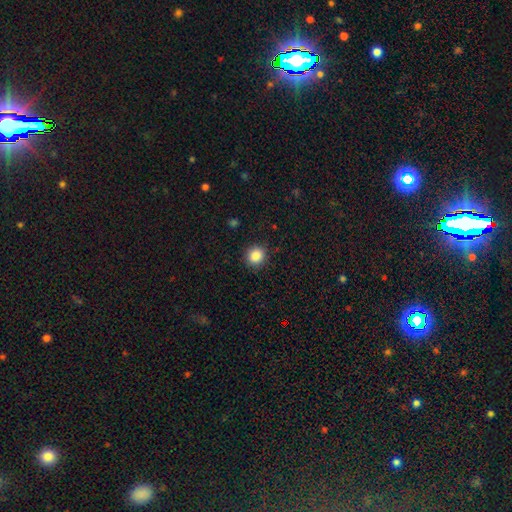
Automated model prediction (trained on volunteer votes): The model was most divided on "how rounded": round: 83%, in between: 16%, cigar-shaped: 1%. More confident: merging — none (89%); smooth or featured — smooth (86%).